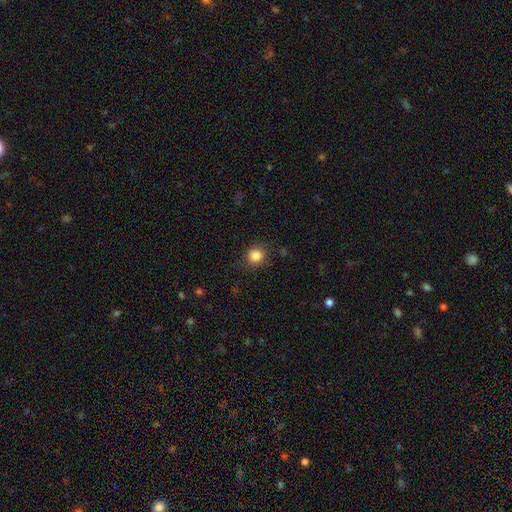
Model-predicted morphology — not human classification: This appears to be a smooth galaxy with no disk features (84%) that is round (88%). Merging: none (84%).